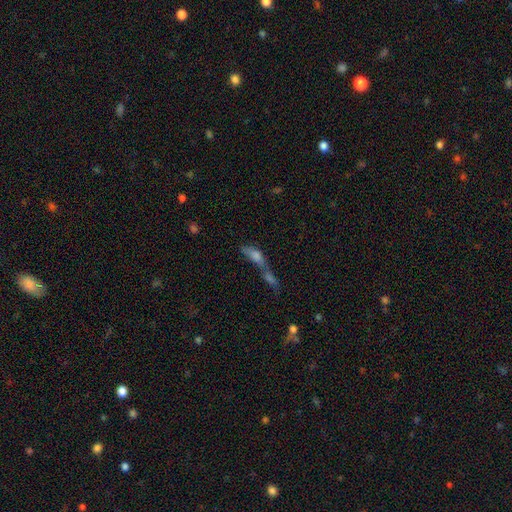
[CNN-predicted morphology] smooth-or-featured: smooth: 60% | featured or disk: 27% | star or artifact: 13%
  how-rounded: in between: 56% | cigar-shaped: 38% | round: 6%
  merging: merger: 75% | none: 12% | major disturbance: 7% | minor disturbance: 6%